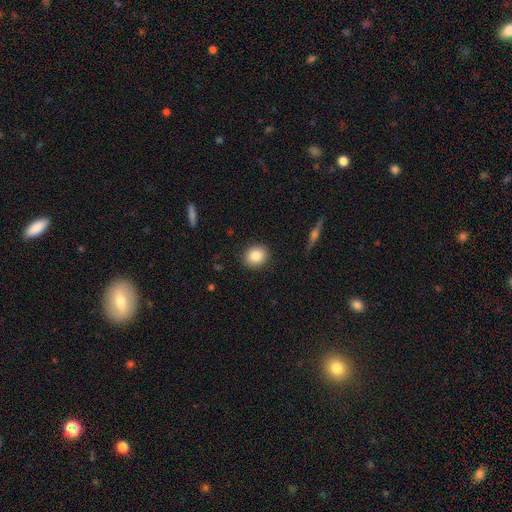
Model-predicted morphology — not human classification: Overall: smooth (84%). How rounded: round (74%). Merging: none (90%).